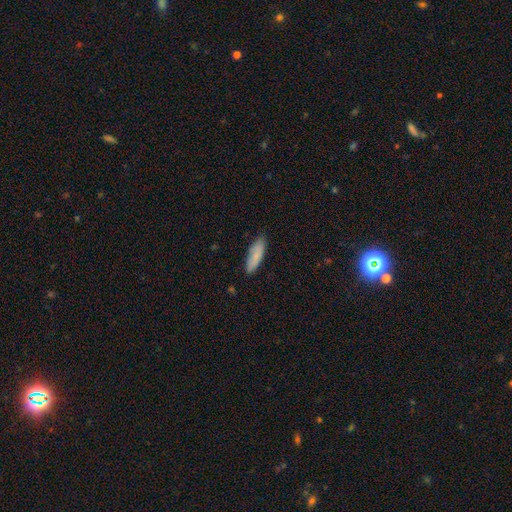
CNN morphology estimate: The model was most divided on "how rounded": in between: 50%, cigar-shaped: 48%, round: 2%. More confident: smooth or featured — smooth (82%); merging — none (81%).